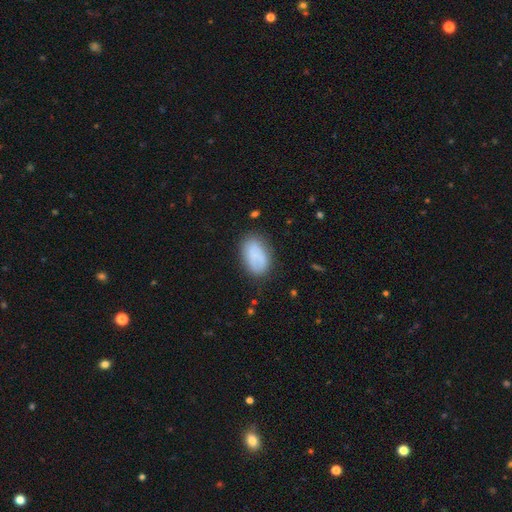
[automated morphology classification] Smooth or featured? smooth (79%)
How rounded? in between (91%)
Merging? none (72%)